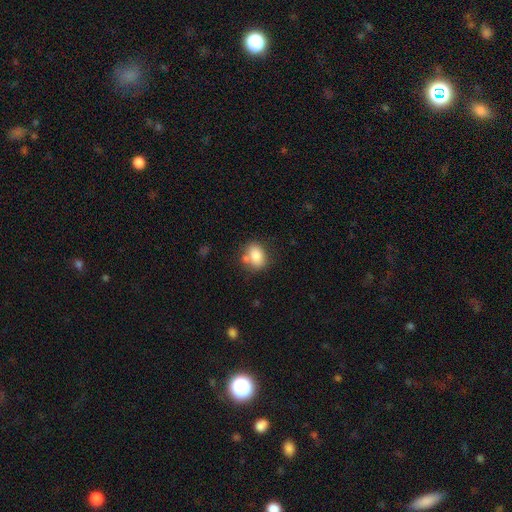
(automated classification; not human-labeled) Overall: smooth (82%). How rounded: in between (68%; round 31%). Merging: none (64%).